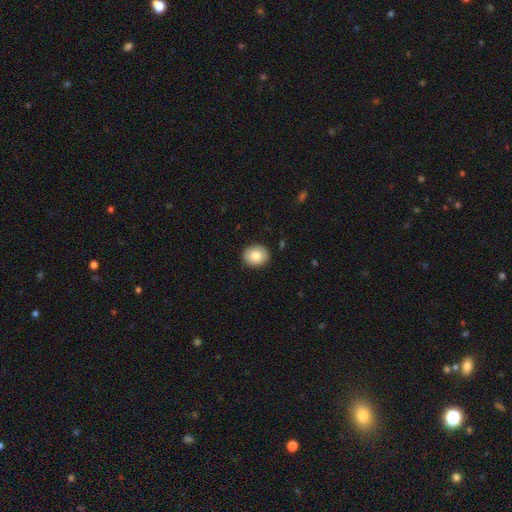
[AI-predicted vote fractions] Smooth or featured?
  - smooth: 84% *
  - featured or disk: 8%
  - star or artifact: 8%
How rounded?
  - round: 63% *
  - in between: 36%
  - cigar-shaped: 1%
Merging?
  - none: 90% *
  - minor disturbance: 7%
  - major disturbance: 2%
  - merger: 1%